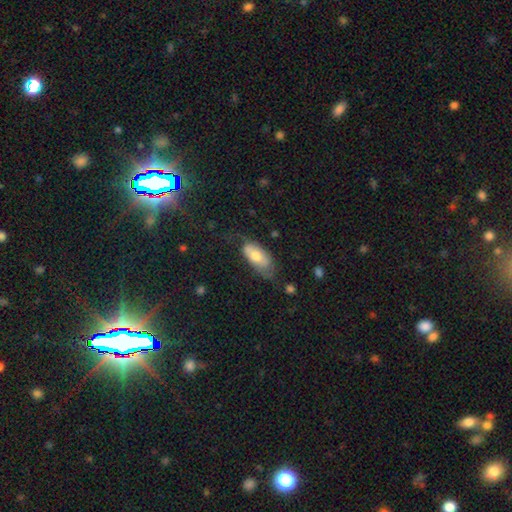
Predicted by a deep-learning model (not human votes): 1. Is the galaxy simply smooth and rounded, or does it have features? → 63% smooth, 30% featured or disk, 6% star or artifact.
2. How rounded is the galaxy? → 87% in between, 10% cigar-shaped, 3% round.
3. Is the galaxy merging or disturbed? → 52% none, 31% minor disturbance, 14% major disturbance, 3% merger.